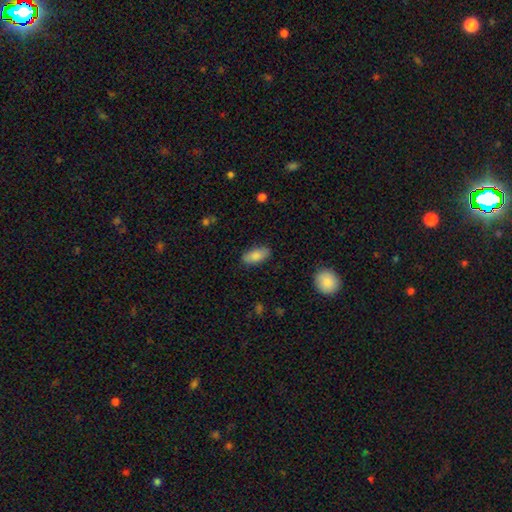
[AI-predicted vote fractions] This appears to be a smooth galaxy with no disk features (84%) that is in between round and cigar-shaped (88%). Merging: none (85%).